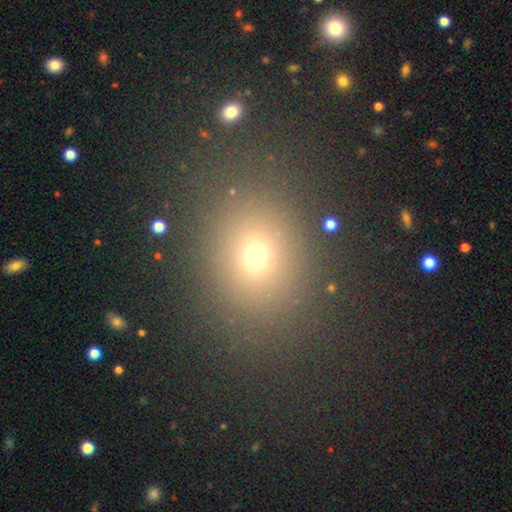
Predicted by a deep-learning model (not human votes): Overall: smooth (67%). How rounded: round (61%; in between 37%). Merging: none (86%).